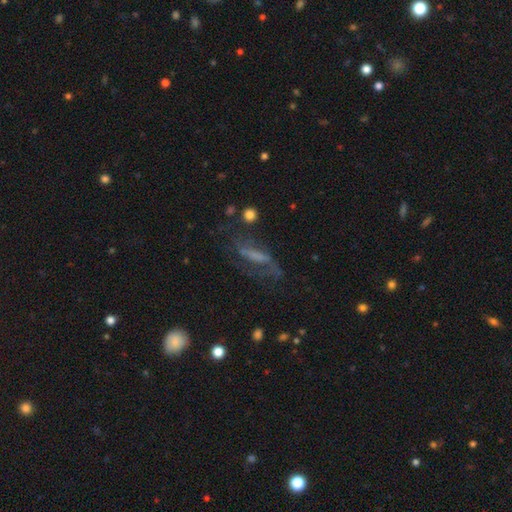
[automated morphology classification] A featured or disk galaxy (58%).

Vote fractions:
- Smooth or featured? featured or disk: 58% / smooth: 26% / star or artifact: 16%
- Edge-on disk? no: 77% / yes: 23%
- Merging? none: 52% / major disturbance: 24% / minor disturbance: 21% / merger: 4%